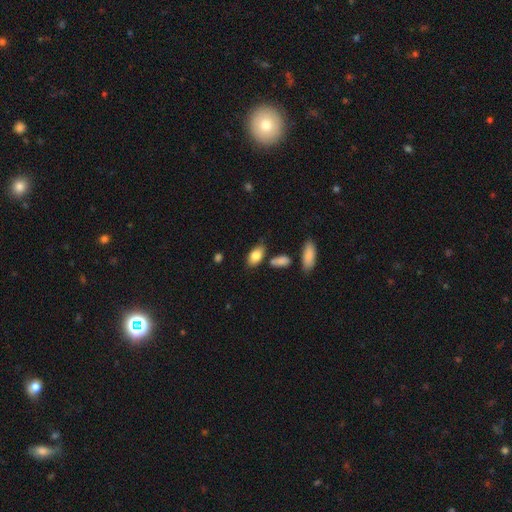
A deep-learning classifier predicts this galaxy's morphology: Smooth or featured: smooth — 82% (featured or disk — 11%)
How rounded: in between — 91% (round — 5%)
Merging: none — 71% (minor disturbance — 18%)